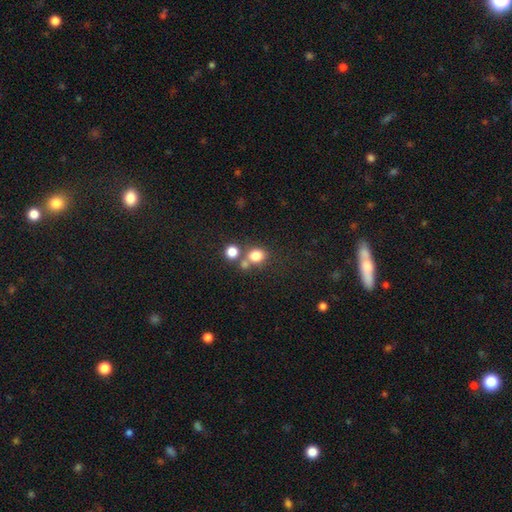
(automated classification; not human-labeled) Smooth or featured?
  - smooth: 78% *
  - star or artifact: 14%
  - featured or disk: 8%
How rounded?
  - round: 73% *
  - in between: 26%
  - cigar-shaped: 1%
Merging?
  - none: 54% *
  - merger: 33%
  - minor disturbance: 9%
  - major disturbance: 4%